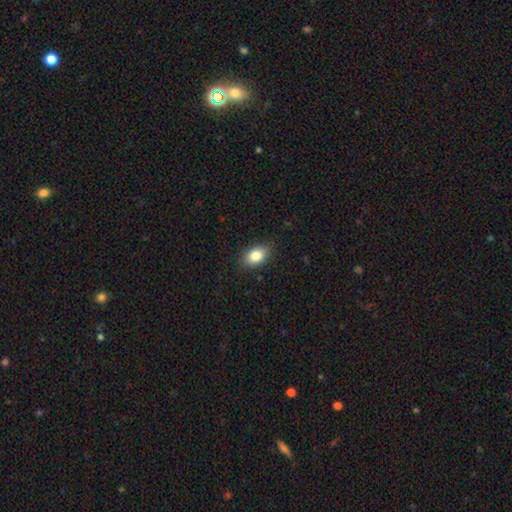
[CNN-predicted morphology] This appears to be a smooth galaxy with no disk features (84%) that is in between round and cigar-shaped (86%). Merging: none (85%).